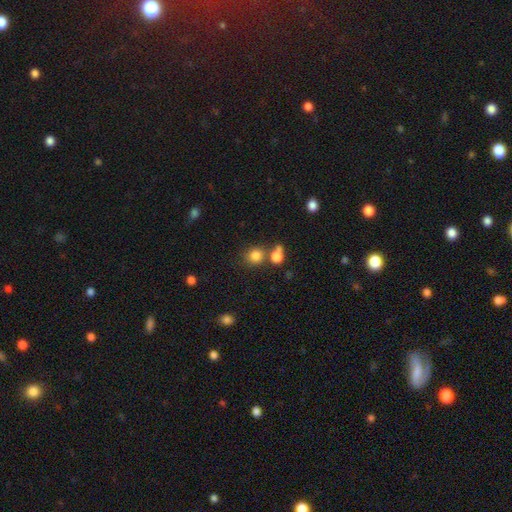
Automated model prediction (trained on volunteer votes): This appears to be a smooth galaxy with no disk features (82%) that is round (83%). Merging: none (60%).